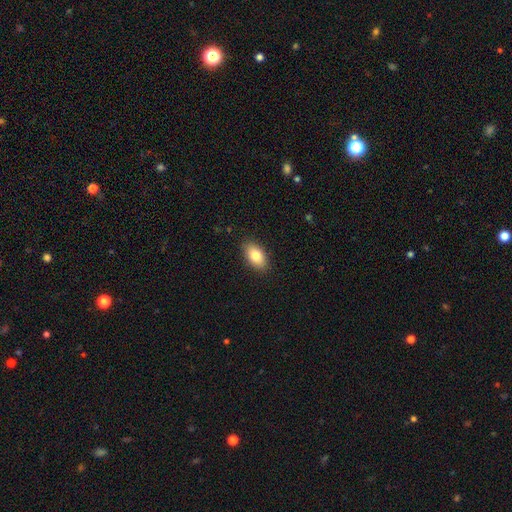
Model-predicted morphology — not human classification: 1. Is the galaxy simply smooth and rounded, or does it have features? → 82% smooth, 11% featured or disk, 7% star or artifact.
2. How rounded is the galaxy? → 91% in between, 6% round, 3% cigar-shaped.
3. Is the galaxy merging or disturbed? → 88% none, 9% minor disturbance, 2% major disturbance, 1% merger.